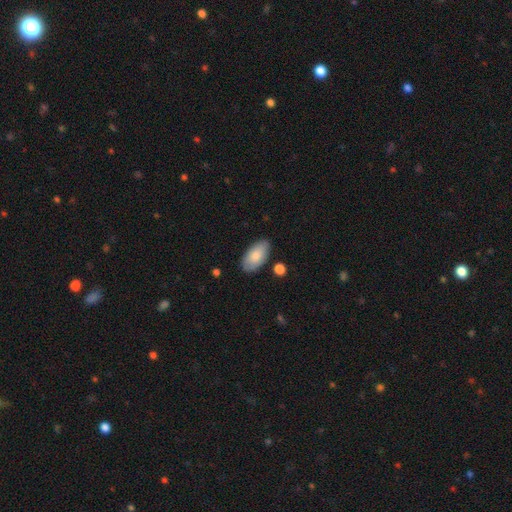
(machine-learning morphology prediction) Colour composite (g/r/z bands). It shows a smooth galaxy with no disk features (81%) that is in between round and cigar-shaped (95%). Merging: none (81%).